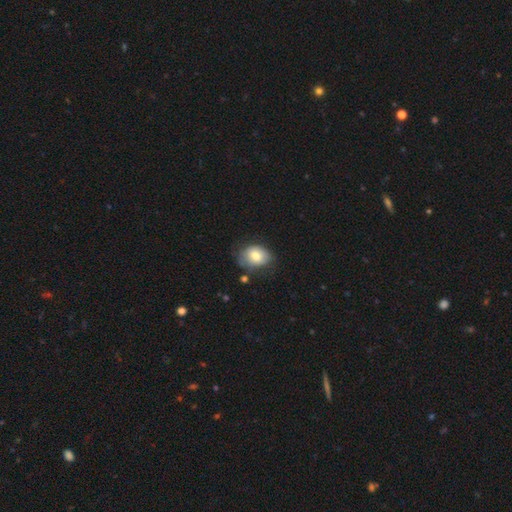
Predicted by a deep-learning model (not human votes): This is likely a smooth galaxy (74%). How rounded: likely in between (64%). Merging: possibly none (60%).